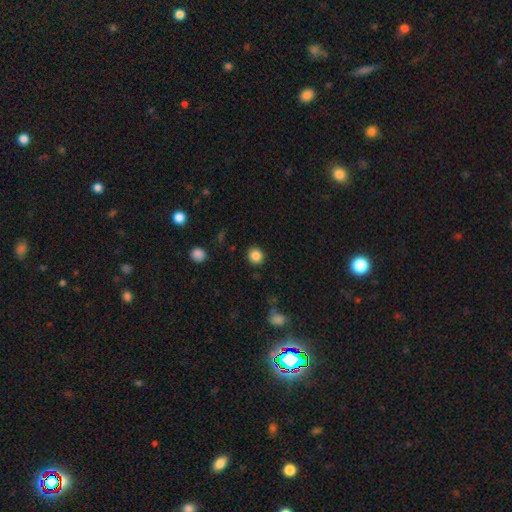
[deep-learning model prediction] This appears to be a smooth galaxy with no disk features (86%) that is round (87%). Merging: none (89%).